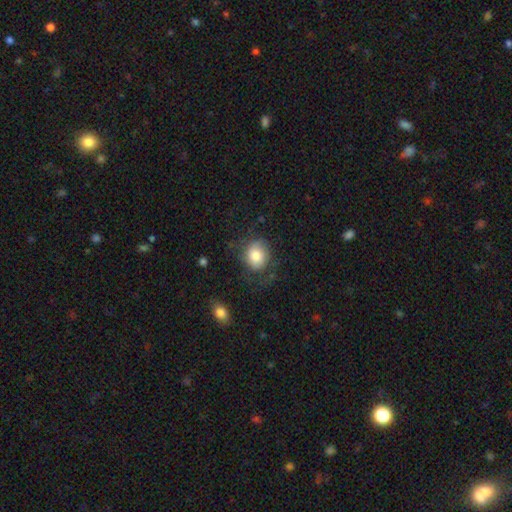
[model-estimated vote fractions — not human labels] Smooth or featured? Predicted: smooth (p=0.78). How rounded? Predicted: round (p=0.66). Merging? Predicted: none (p=0.59).